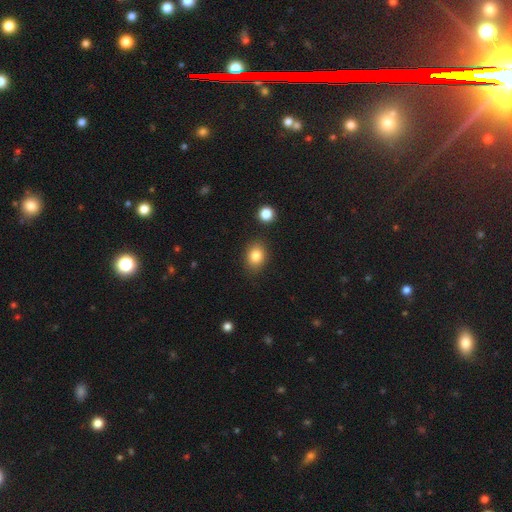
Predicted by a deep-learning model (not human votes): Smooth or featured?
  - smooth: 84% *
  - star or artifact: 9%
  - featured or disk: 7%
How rounded?
  - in between: 61% *
  - round: 38%
  - cigar-shaped: 1%
Merging?
  - none: 84% *
  - minor disturbance: 10%
  - merger: 3%
  - major disturbance: 3%